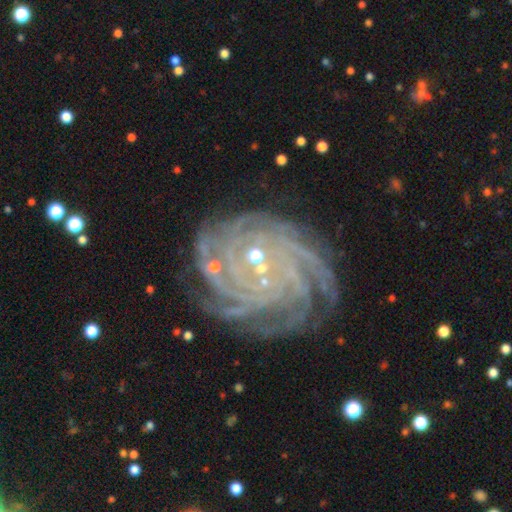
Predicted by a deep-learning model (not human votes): Q: Smooth or featured?
A: featured or disk (86%); runner-up: star or artifact (9%)
Q: Edge-on disk?
A: no (97%); runner-up: yes (3%)
Q: Bar?
A: weak (38%); tied with: no (38%)
Q: Spiral arms?
A: yes (98%); runner-up: no (2%)
Q: Spiral winding?
A: tight (83%); runner-up: medium (14%)
Q: Spiral arm count?
A: more than 4 (41%); runner-up: 4 (19%)
Q: Bulge size?
A: small (74%); runner-up: moderate (21%)
Q: Merging?
A: none (79%); runner-up: minor disturbance (13%)